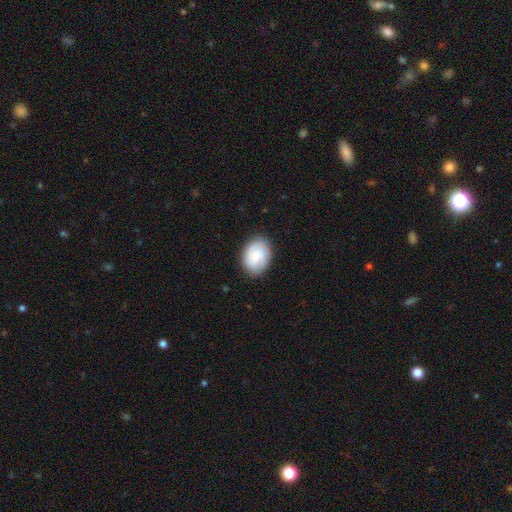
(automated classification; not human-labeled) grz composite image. It shows a smooth galaxy with no disk features (66%) that is in between round and cigar-shaped (72%). Merging: none (82%).